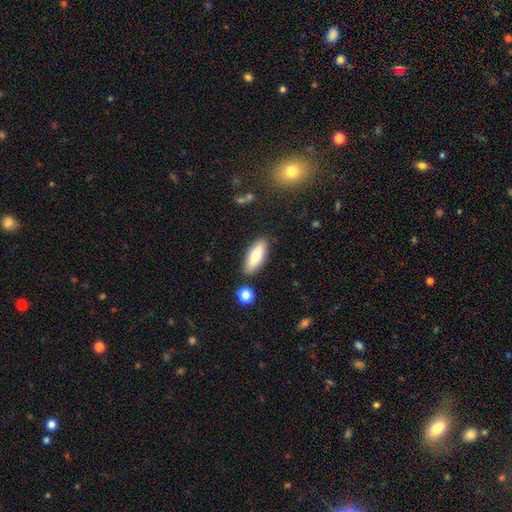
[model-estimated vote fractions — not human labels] smooth 74%, featured or disk 20%, star or artifact 6%. Down the decision tree: how rounded — in between (73%); merging — none (84%).